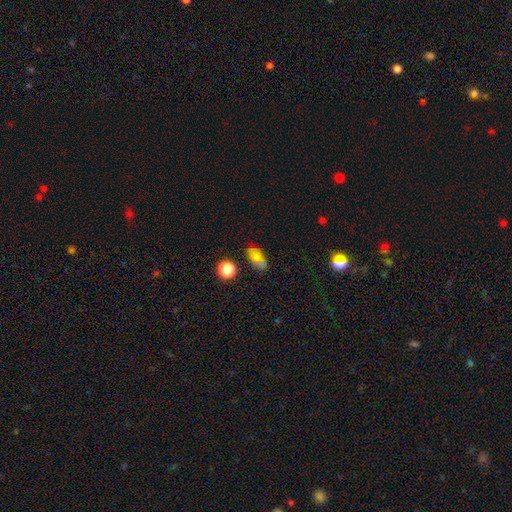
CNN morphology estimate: type=smooth (63%); roundness=in between (74%); merging=none (63%).